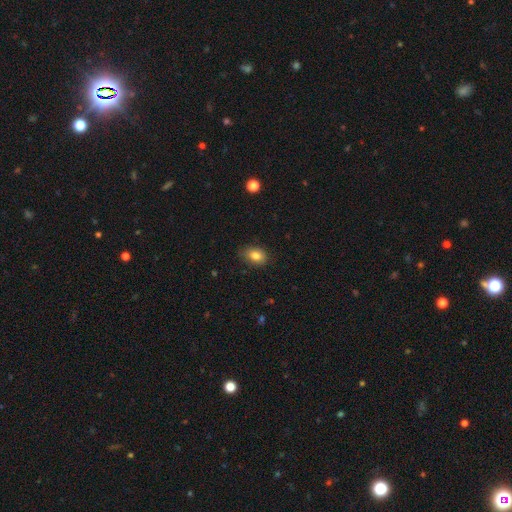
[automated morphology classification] type=smooth (83%); roundness=in between (76%); merging=none (79%).